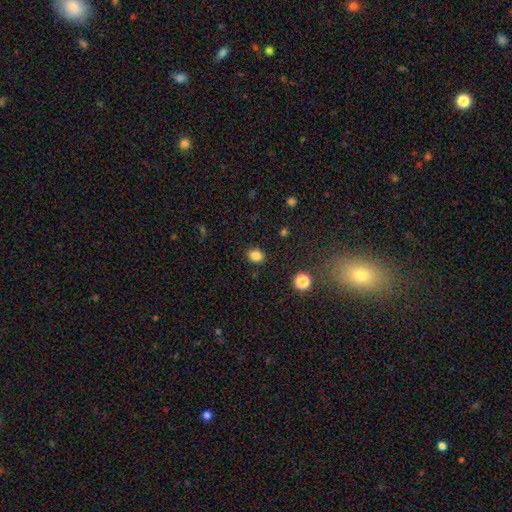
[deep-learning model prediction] Q: Smooth or featured?
A: smooth (84%); runner-up: star or artifact (11%)
Q: How rounded?
A: in between (53%); runner-up: round (46%)
Q: Merging?
A: none (87%); runner-up: minor disturbance (9%)